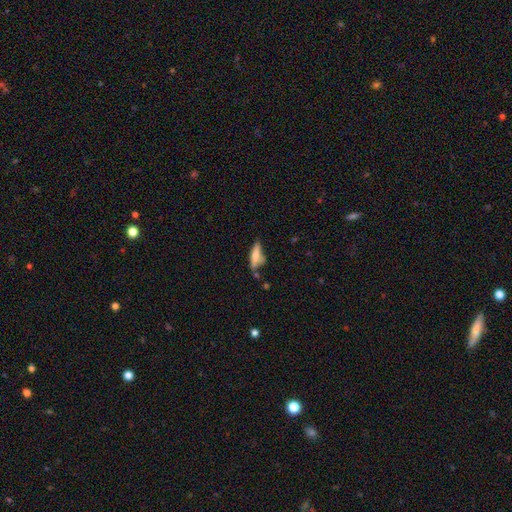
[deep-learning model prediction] Q: Smooth or featured?
A: smooth (57%); runner-up: featured or disk (35%)
Q: How rounded?
A: cigar-shaped (63%); runner-up: in between (35%)
Q: Merging?
A: none (55%); runner-up: minor disturbance (24%)